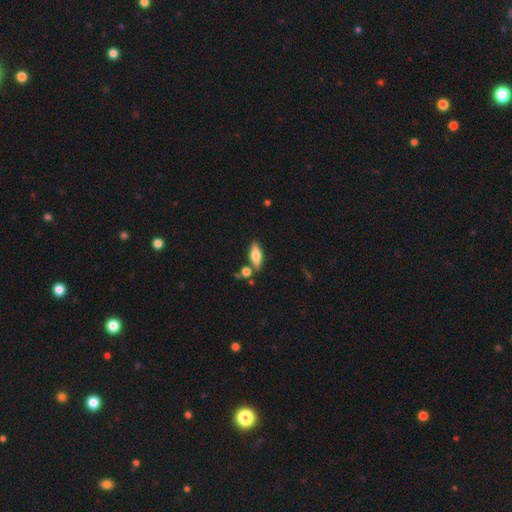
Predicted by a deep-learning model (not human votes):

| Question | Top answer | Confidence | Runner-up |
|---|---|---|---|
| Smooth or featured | smooth | 55% | featured or disk (38%) |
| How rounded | in between | 60% | cigar-shaped (37%) |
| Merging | none | 78% | minor disturbance (11%) |